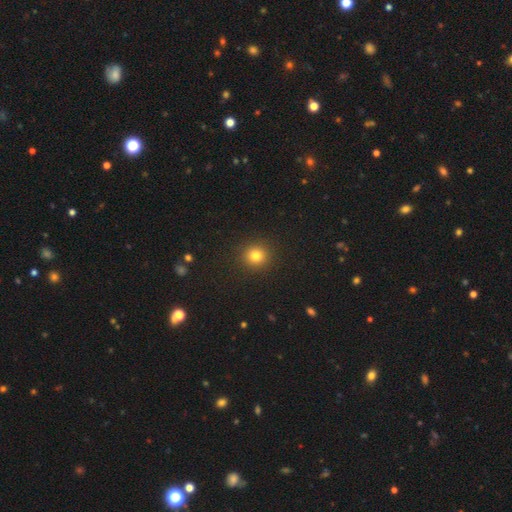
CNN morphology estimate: type=smooth (81%); roundness=round (92%); merging=none (91%).